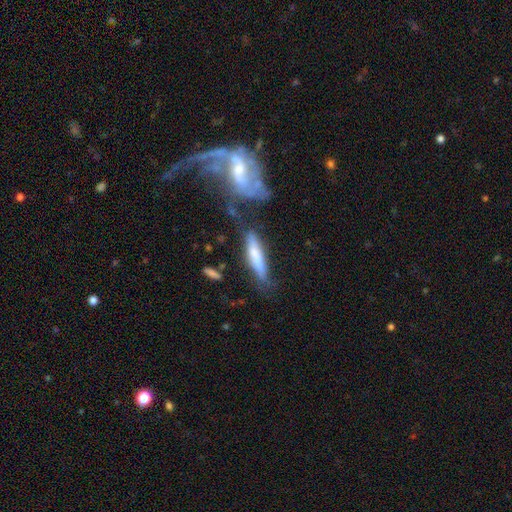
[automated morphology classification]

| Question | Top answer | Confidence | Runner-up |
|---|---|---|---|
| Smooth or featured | smooth | 63% | featured or disk (30%) |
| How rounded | cigar-shaped | 83% | in between (15%) |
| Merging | none | 65% | minor disturbance (18%) |